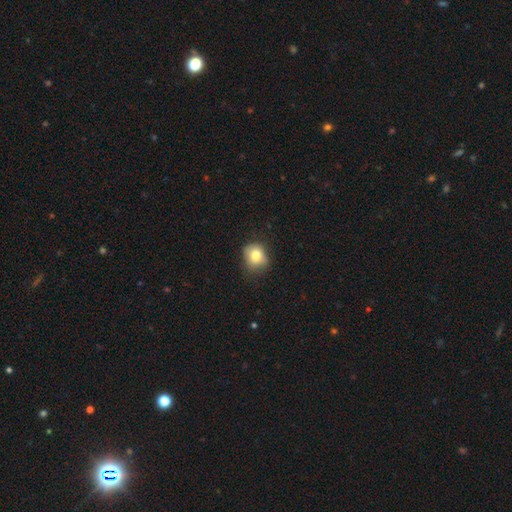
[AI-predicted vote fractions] A smooth galaxy with no disk features (78%) that is round (73%). Merging: none (64%).